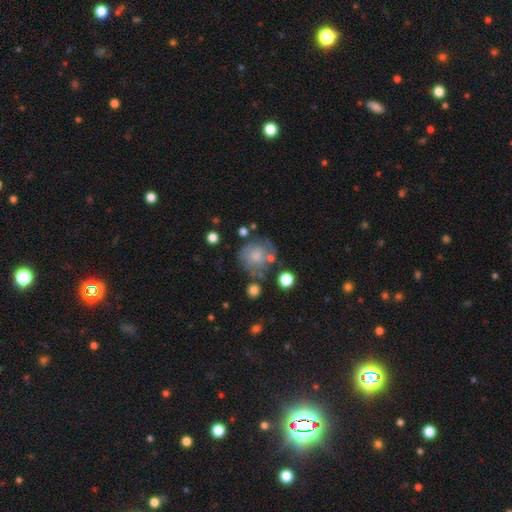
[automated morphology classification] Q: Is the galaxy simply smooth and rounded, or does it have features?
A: smooth — 53%.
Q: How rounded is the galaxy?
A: round — 84%.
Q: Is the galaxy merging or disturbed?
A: none — 54%.